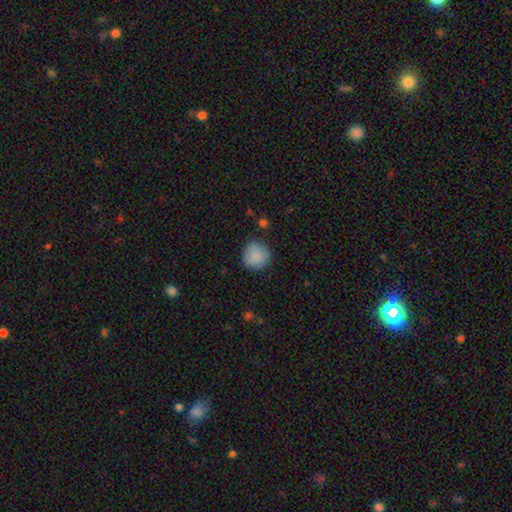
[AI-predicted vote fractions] smooth-or-featured: smooth: 86% | star or artifact: 7% | featured or disk: 6%
  how-rounded: round: 92% | in between: 7% | cigar-shaped: 1%
  merging: none: 81% | minor disturbance: 14% | major disturbance: 3% | merger: 2%